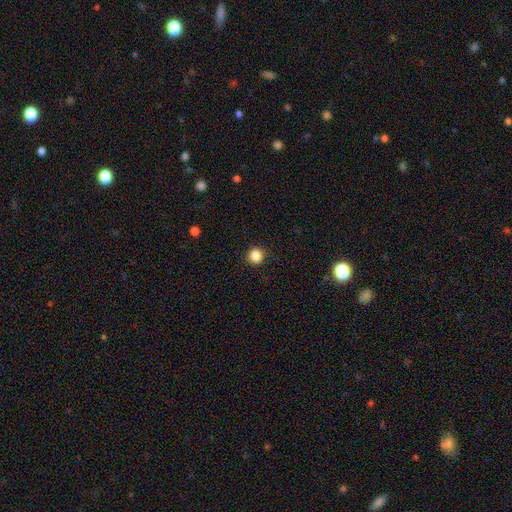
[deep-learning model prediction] Overall: smooth (85%). How rounded: round (90%). Merging: none (91%).